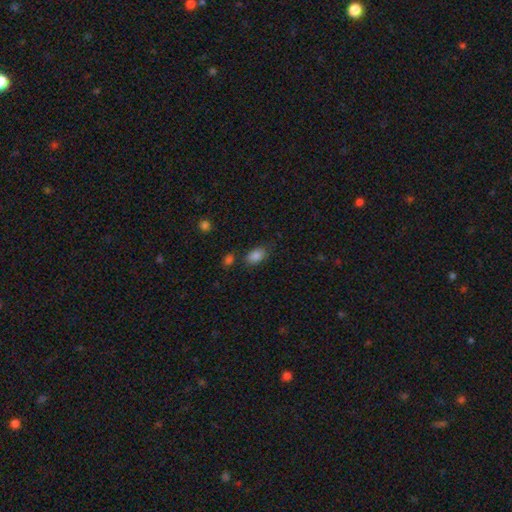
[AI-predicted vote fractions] Overall: smooth (86%). How rounded: in between (90%). Merging: none (75%).